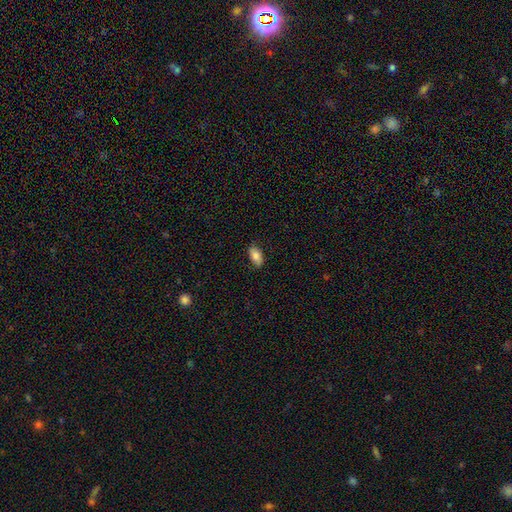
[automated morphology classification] type=smooth (82%); roundness=in between (92%); merging=none (82%).